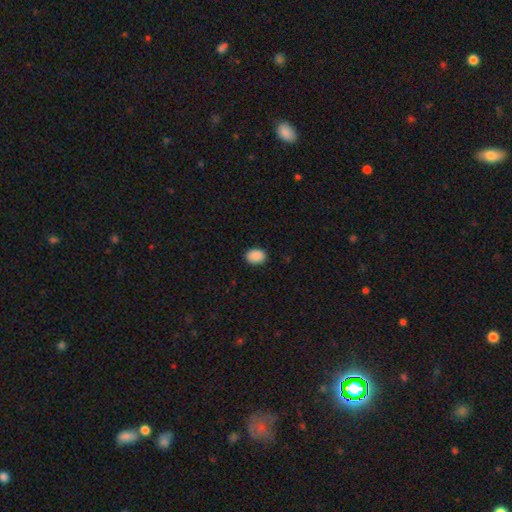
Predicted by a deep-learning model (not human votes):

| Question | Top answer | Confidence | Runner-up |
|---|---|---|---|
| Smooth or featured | smooth | 90% | star or artifact (8%) |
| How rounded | in between | 62% | round (38%) |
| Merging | none | 88% | minor disturbance (9%) |